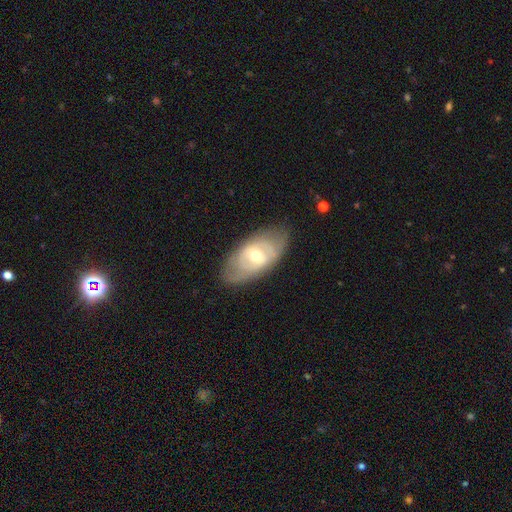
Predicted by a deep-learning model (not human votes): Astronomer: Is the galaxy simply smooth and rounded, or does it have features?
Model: featured or disk — 67%.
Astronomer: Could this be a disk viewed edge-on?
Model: no — 90%.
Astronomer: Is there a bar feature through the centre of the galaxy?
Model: no — 45% (runner-up: weak, 41%).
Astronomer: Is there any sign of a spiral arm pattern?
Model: yes — 61% (runner-up: no, 39%).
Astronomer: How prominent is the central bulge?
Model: moderate — 64%.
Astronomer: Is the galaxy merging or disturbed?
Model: none — 76%.